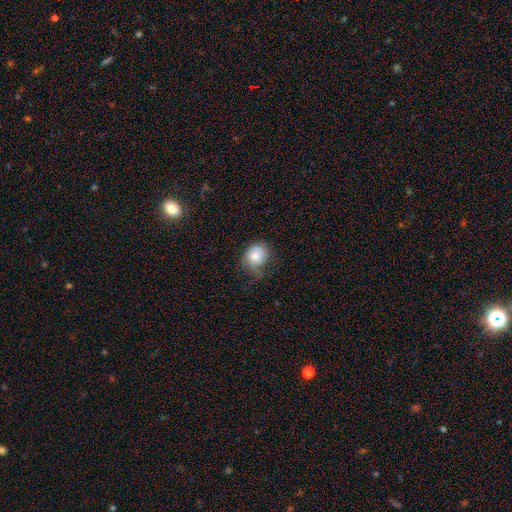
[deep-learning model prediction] Smooth or featured?
  - smooth: 77% *
  - featured or disk: 14%
  - star or artifact: 9%
How rounded?
  - round: 63% *
  - in between: 36%
  - cigar-shaped: 1%
Merging?
  - none: 49% *
  - minor disturbance: 34%
  - major disturbance: 15%
  - merger: 2%